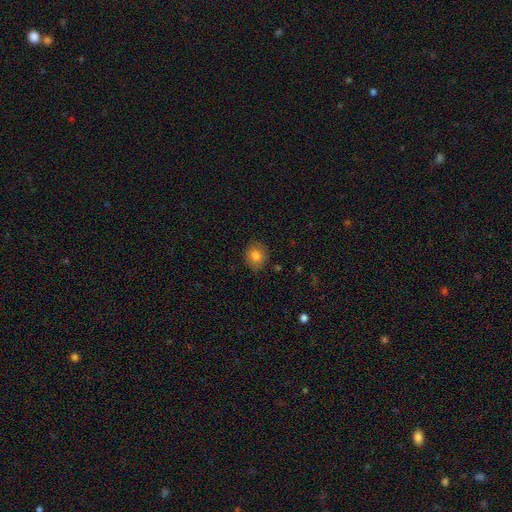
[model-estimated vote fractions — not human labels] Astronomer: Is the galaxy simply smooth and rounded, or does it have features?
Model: smooth — 81%.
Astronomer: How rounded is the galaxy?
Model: round — 69%.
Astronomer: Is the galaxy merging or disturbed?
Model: none — 84%.